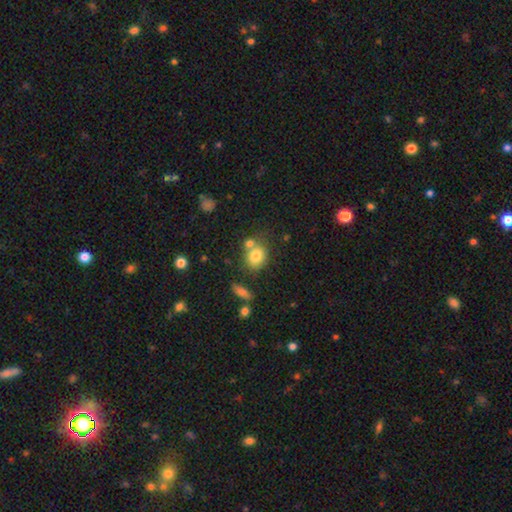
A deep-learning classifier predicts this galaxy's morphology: Smooth or featured: smooth — 79% (featured or disk — 11%)
How rounded: round — 59% (in between — 40%)
Merging: none — 56% (merger — 26%)